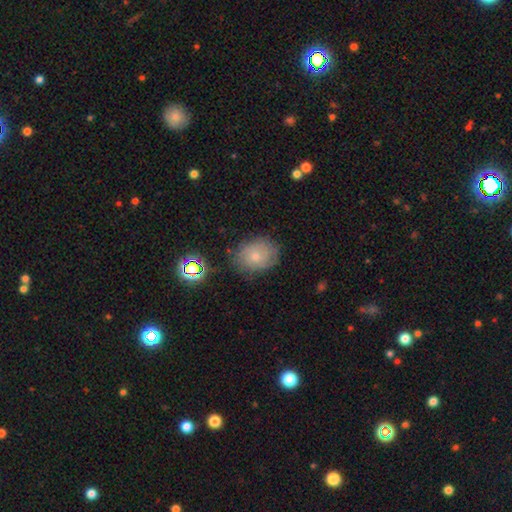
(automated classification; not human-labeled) Morphology: type=smooth (71%); roundness=in between (50%); merging=none (73%).